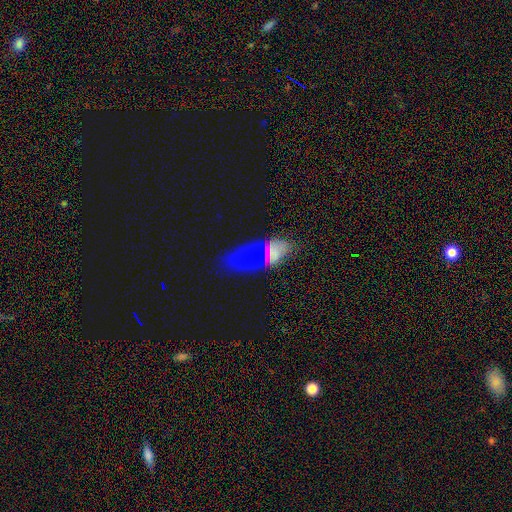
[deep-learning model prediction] A smooth galaxy with no disk features (44%). Merging: none (47%).